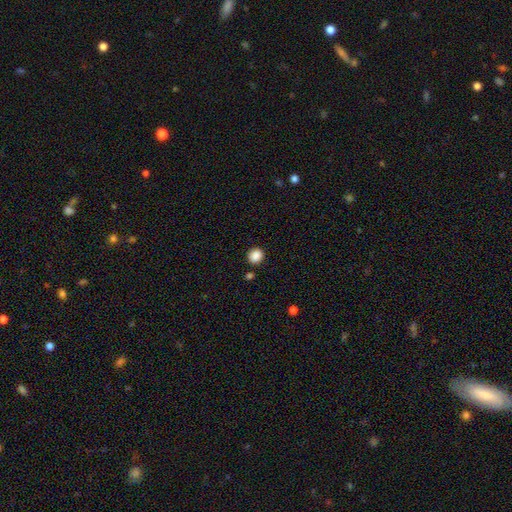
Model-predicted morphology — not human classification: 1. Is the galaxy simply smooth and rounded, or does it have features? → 88% smooth, 9% star or artifact, 3% featured or disk.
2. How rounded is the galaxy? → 81% round, 18% in between, 1% cigar-shaped.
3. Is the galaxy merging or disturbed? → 87% none, 7% minor disturbance, 3% merger, 2% major disturbance.